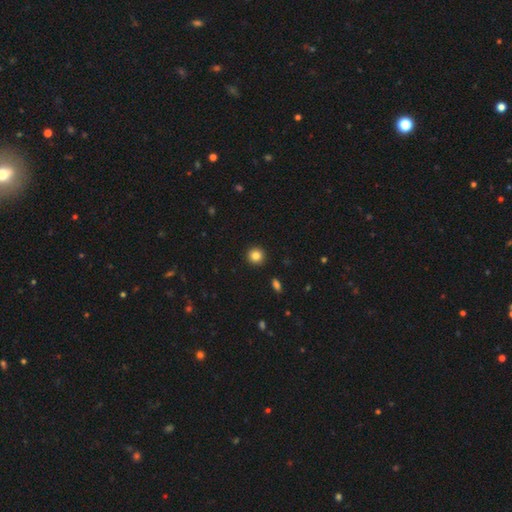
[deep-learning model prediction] A smooth galaxy with no disk features (85%) that is round (94%).

Vote fractions:
- Smooth or featured? smooth: 85% / star or artifact: 10% / featured or disk: 5%
- How rounded? round: 94% / in between: 5% / cigar-shaped: 1%
- Merging? none: 93% / minor disturbance: 4% / major disturbance: 2% / merger: 1%